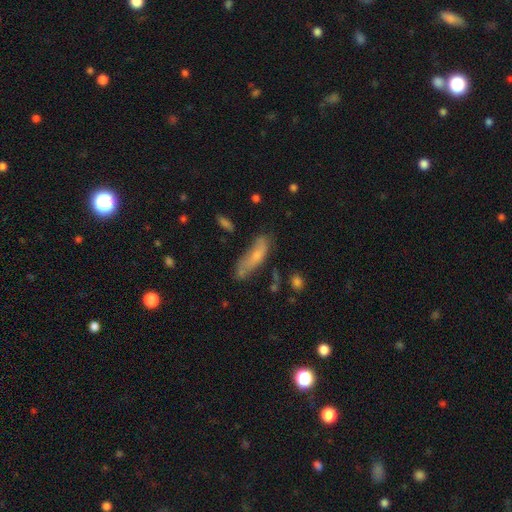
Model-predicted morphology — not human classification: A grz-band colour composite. It shows a smooth galaxy with no disk features (62%) that is cigar-shaped (53%). Merging: none (54%).